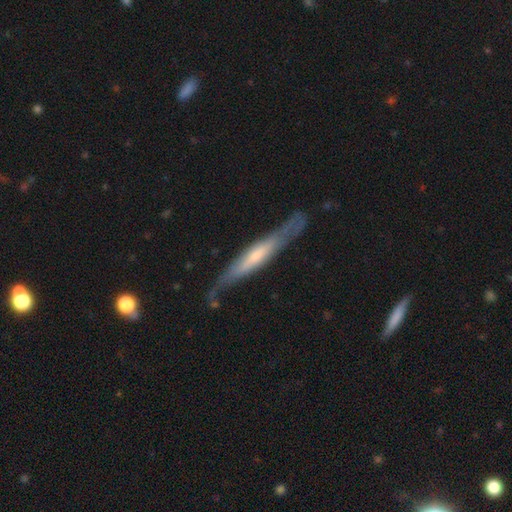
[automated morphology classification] type=featured or disk (59%); edge-on=yes (80%); merging=none (67%).